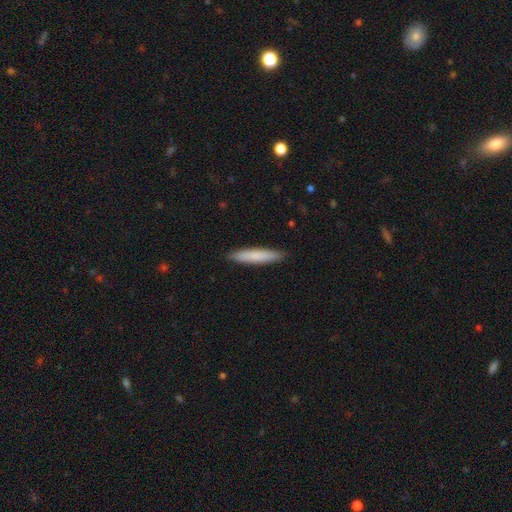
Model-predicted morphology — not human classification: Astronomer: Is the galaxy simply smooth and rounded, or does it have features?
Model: smooth — 79%.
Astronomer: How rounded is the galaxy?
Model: cigar-shaped — 90%.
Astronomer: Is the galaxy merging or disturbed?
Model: none — 91%.